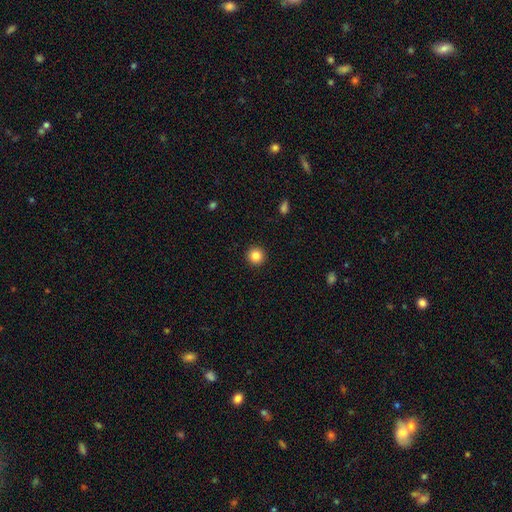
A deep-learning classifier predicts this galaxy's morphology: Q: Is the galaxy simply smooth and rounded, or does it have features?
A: smooth — 84%.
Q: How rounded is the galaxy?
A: round — 96%.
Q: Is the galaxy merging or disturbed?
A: none — 93%.